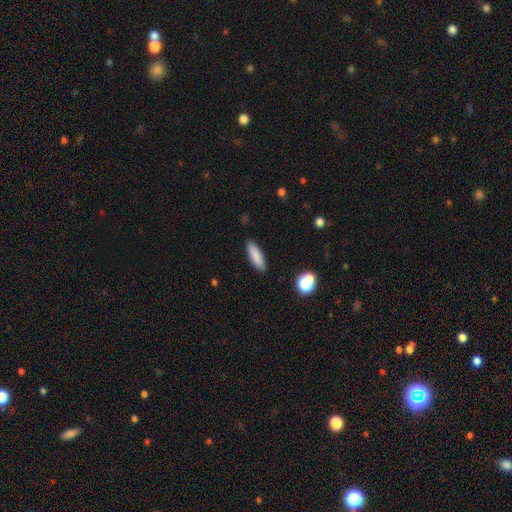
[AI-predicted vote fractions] A smooth galaxy with no disk features (86%) that is in between round and cigar-shaped (49%, tied with cigar-shaped). Merging: none (89%).